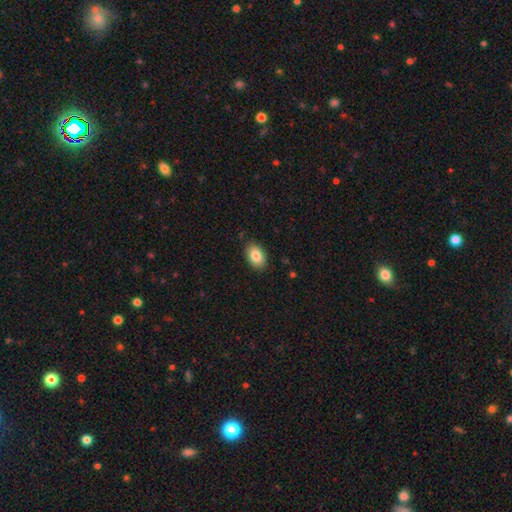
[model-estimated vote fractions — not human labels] Smooth or featured? smooth (84%)
How rounded? in between (89%)
Merging? none (87%)